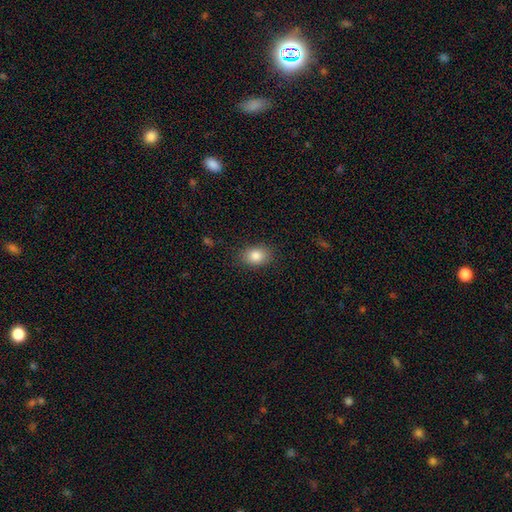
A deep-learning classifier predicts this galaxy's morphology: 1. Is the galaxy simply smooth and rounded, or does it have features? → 85% smooth, 9% star or artifact, 7% featured or disk.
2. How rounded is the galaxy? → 73% in between, 26% round, 1% cigar-shaped.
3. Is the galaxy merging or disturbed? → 86% none, 10% minor disturbance, 3% major disturbance, 1% merger.